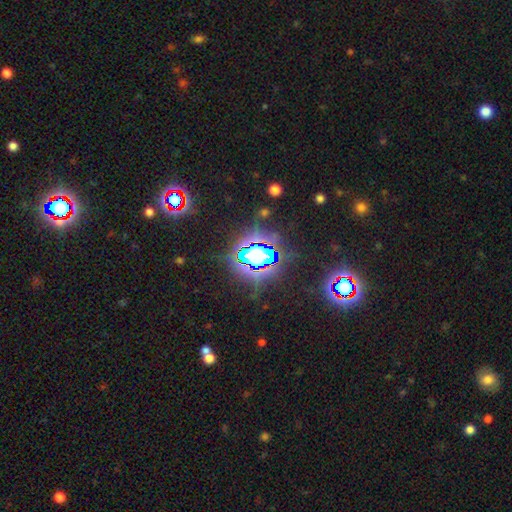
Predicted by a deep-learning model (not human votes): This is likely a star or artifact rather than a galaxy (76%).